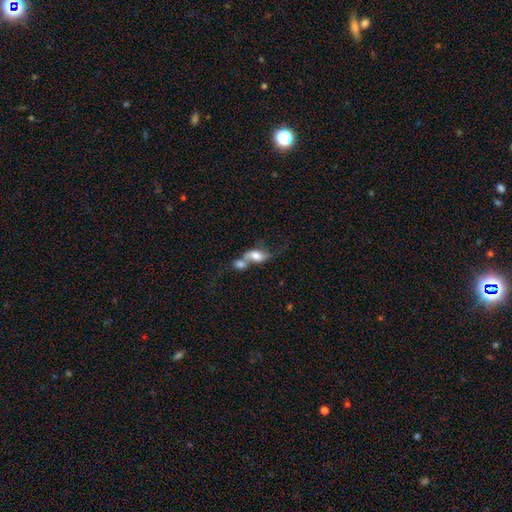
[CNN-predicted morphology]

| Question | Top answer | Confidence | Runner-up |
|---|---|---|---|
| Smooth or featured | smooth | 59% | featured or disk (32%) |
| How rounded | in between | 76% | round (16%) |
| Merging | merger | 74% | none (11%) |